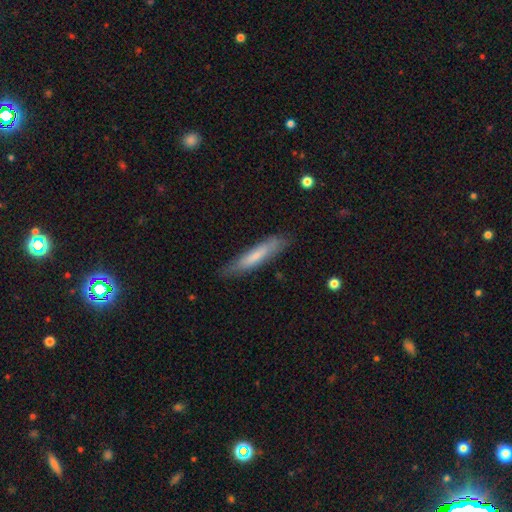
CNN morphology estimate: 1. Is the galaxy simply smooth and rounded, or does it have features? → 64% smooth, 30% featured or disk, 6% star or artifact.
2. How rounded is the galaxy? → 85% cigar-shaped, 14% in between, 1% round.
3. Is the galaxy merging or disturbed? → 77% none, 17% minor disturbance, 4% major disturbance, 2% merger.